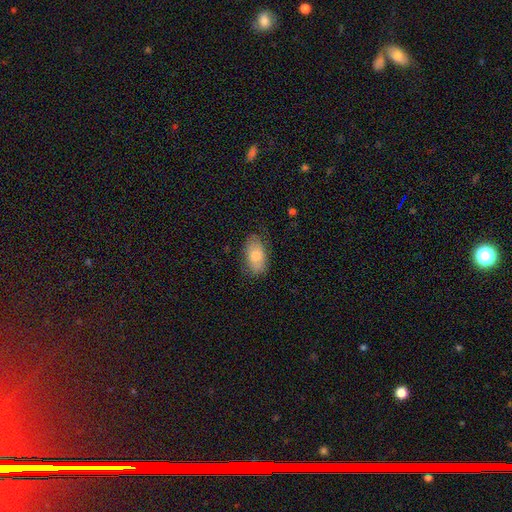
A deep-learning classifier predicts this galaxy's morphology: Smooth or featured: smooth — 71% (featured or disk — 22%)
How rounded: in between — 92% (round — 5%)
Merging: none — 74% (minor disturbance — 21%)